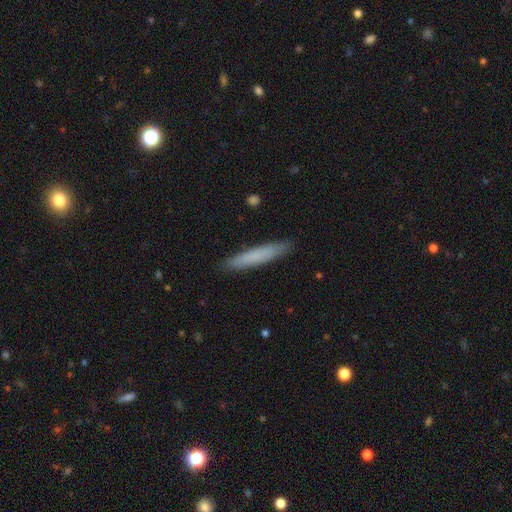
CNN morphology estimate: This appears to be a smooth galaxy with no disk features (76%) that is cigar-shaped (94%). Merging: none (90%).